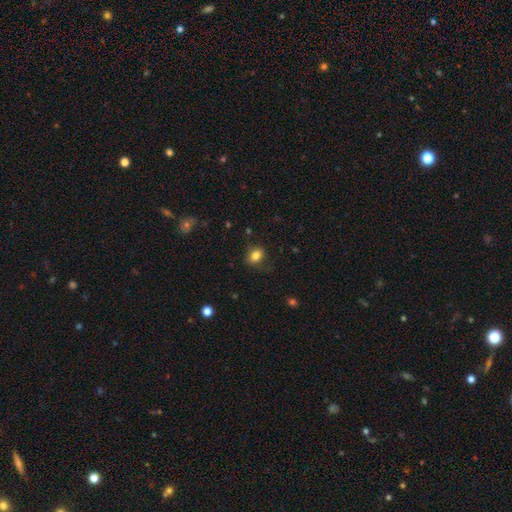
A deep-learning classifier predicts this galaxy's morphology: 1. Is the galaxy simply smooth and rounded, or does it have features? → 82% smooth, 11% star or artifact, 8% featured or disk.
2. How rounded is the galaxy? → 57% in between, 42% round, 1% cigar-shaped.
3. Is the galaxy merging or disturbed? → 80% none, 15% minor disturbance, 4% major disturbance, 1% merger.